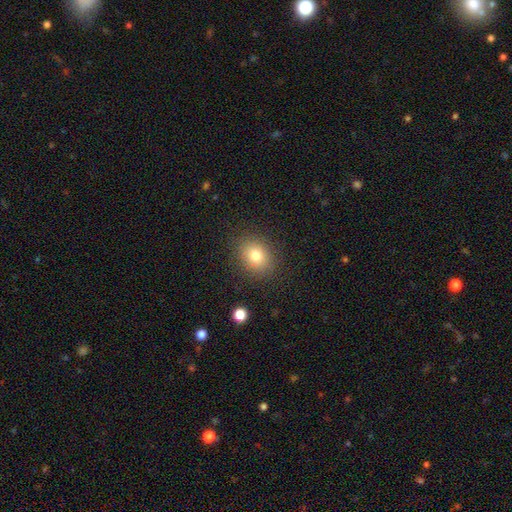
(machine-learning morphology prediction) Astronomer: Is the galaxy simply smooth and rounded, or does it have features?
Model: smooth — 79%.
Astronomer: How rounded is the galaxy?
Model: round — 56% (runner-up: in between, 43%).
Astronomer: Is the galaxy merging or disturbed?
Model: none — 87%.